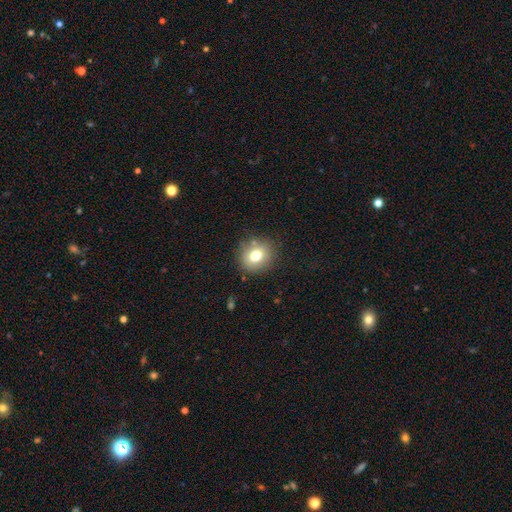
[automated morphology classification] smooth_or_featured: smooth (p=0.76) [alt: featured or disk p=0.12]
how_rounded: round (p=0.76) [alt: in between p=0.23]
merging: none (p=0.84) [alt: minor disturbance p=0.10]